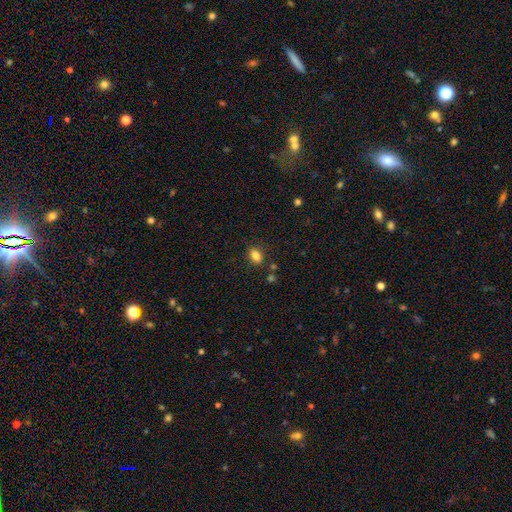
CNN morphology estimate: Smooth or featured: smooth — 83% (star or artifact — 11%)
How rounded: in between — 69% (round — 29%)
Merging: none — 82% (minor disturbance — 11%)